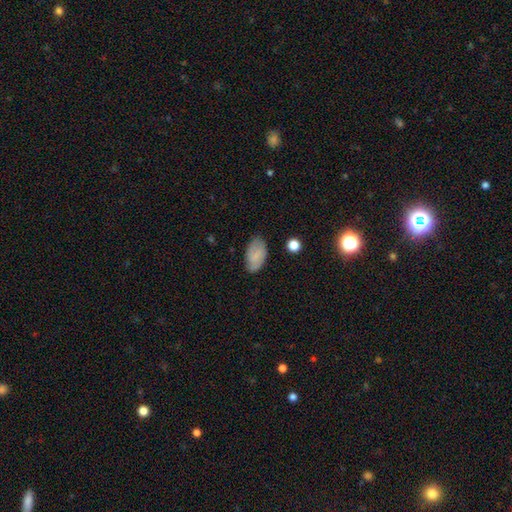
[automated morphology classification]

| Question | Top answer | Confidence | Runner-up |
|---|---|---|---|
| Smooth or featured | smooth | 71% | featured or disk (21%) |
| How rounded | in between | 93% | round (5%) |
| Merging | none | 76% | minor disturbance (19%) |